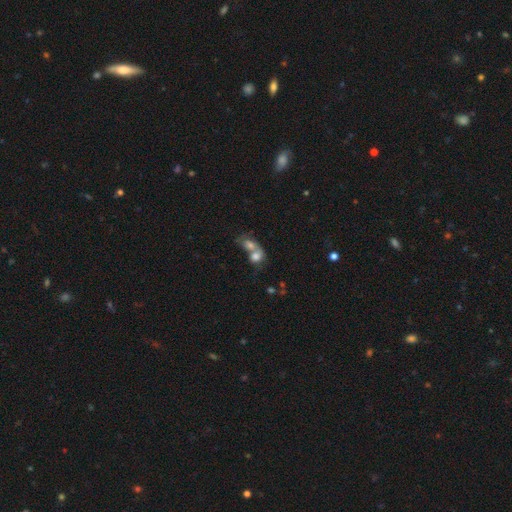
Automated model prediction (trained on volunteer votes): The model was most divided on "how rounded": in between: 52%, round: 45%, cigar-shaped: 2%. More confident: merging — merger (77%); smooth or featured — smooth (72%).